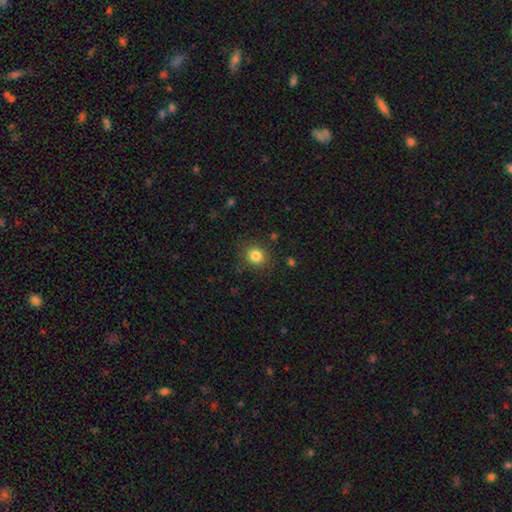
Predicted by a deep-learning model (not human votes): Smooth or featured? Predicted: smooth (p=0.83). How rounded? Predicted: round (p=0.84). Merging? Predicted: none (p=0.87).